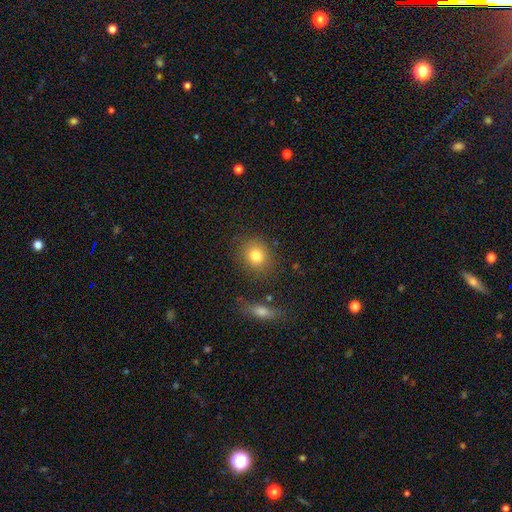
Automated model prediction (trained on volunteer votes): smooth-or-featured: smooth: 81% | star or artifact: 10% | featured or disk: 9%
  how-rounded: round: 68% | in between: 30% | cigar-shaped: 1%
  merging: none: 80% | minor disturbance: 11% | merger: 4% | major disturbance: 4%